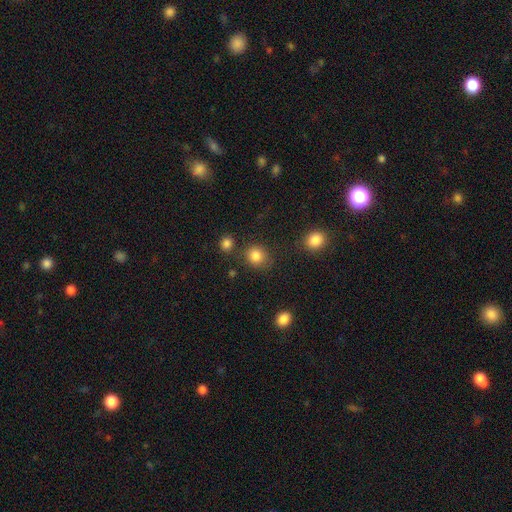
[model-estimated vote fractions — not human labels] Overall: smooth (84%). How rounded: round (82%). Merging: none (77%).